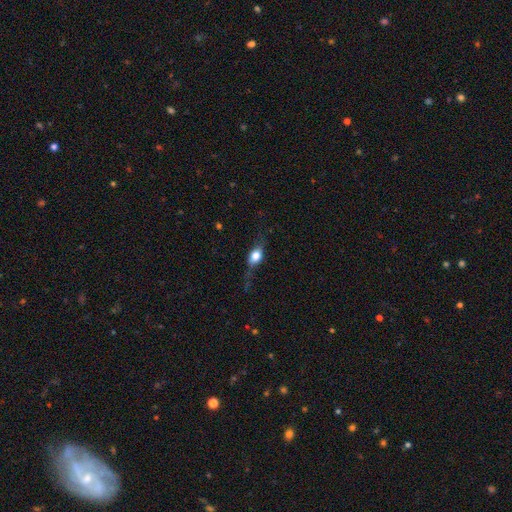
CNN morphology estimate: A smooth galaxy with no disk features (61%) that is in between round and cigar-shaped (68%).

Vote fractions:
- Smooth or featured? smooth: 61% / featured or disk: 31% / star or artifact: 9%
- How rounded? in between: 68% / round: 21% / cigar-shaped: 11%
- Merging? none: 58% / minor disturbance: 24% / major disturbance: 16% / merger: 2%